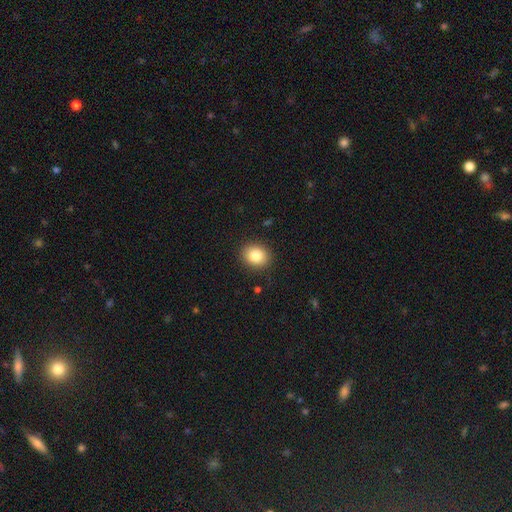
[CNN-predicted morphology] The model was most divided on "how rounded": round: 57%, in between: 42%, cigar-shaped: 1%. More confident: merging — none (90%); smooth or featured — smooth (83%).